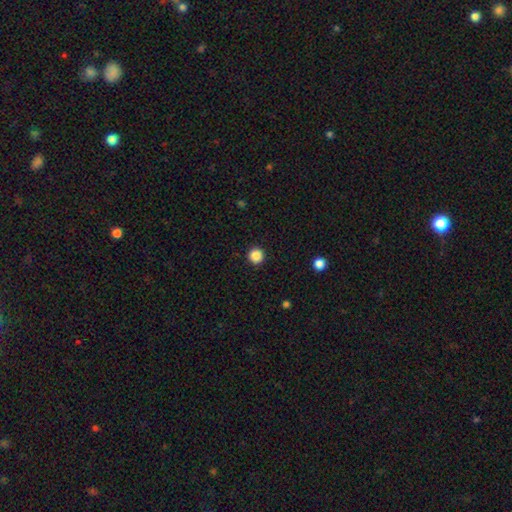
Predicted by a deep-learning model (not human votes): A smooth galaxy with no disk features (87%) that is round (96%).

Vote fractions:
- Smooth or featured? smooth: 87% / star or artifact: 11% / featured or disk: 3%
- How rounded? round: 96% / in between: 3% / cigar-shaped: 1%
- Merging? none: 93% / minor disturbance: 4% / major disturbance: 2% / merger: 1%